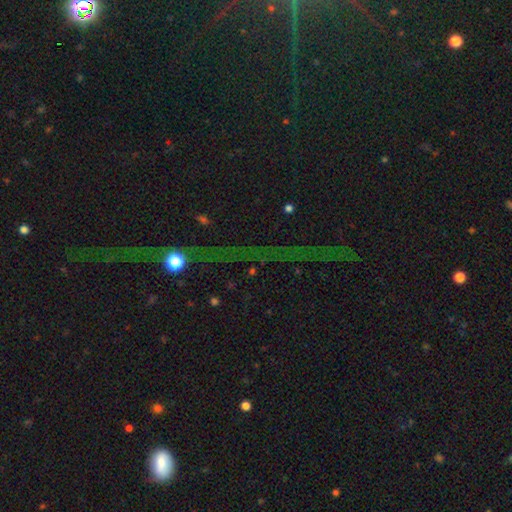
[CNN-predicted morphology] star or artifact 76%, featured or disk 12%, smooth 12%.